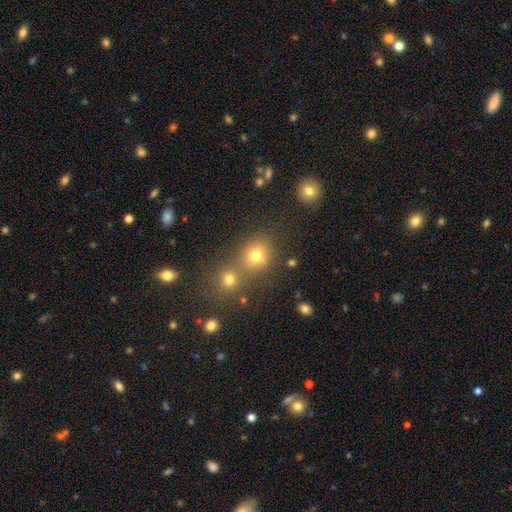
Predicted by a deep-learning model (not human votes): The model was most divided on "merging": none: 53%, merger: 34%, minor disturbance: 9%, major disturbance: 4%. More confident: how rounded — round (77%); smooth or featured — smooth (74%).